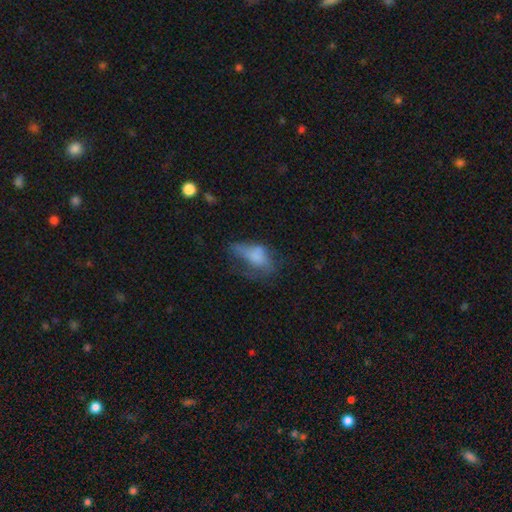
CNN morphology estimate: type=smooth (57%); roundness=in between (85%); merging=major disturbance (47%).